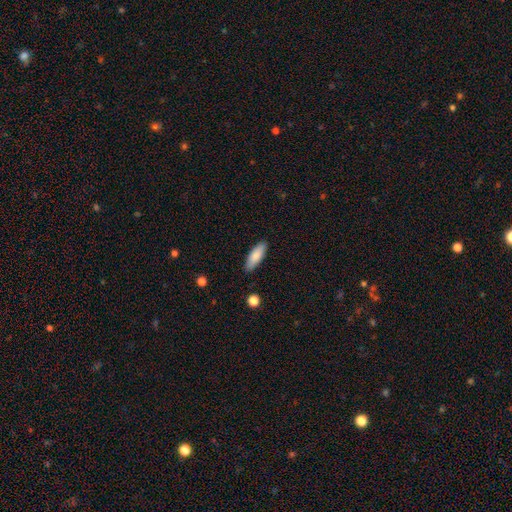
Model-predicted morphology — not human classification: smooth-or-featured: smooth: 84% | featured or disk: 10% | star or artifact: 6%
  how-rounded: in between: 66% | cigar-shaped: 32% | round: 2%
  merging: none: 86% | minor disturbance: 10% | major disturbance: 2% | merger: 1%